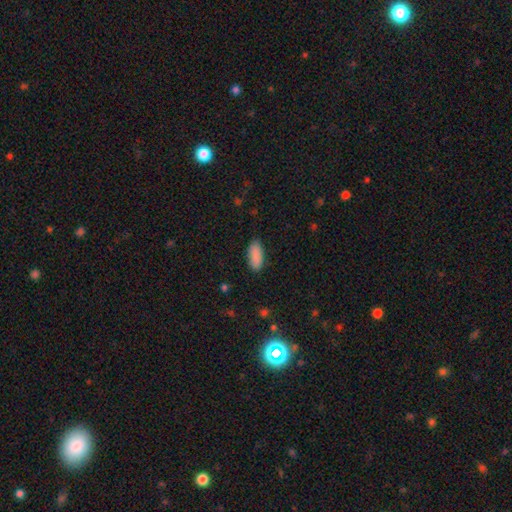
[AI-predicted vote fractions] This is clearly a smooth galaxy (89%). How rounded: clearly in between (81%). Merging: clearly none (85%).